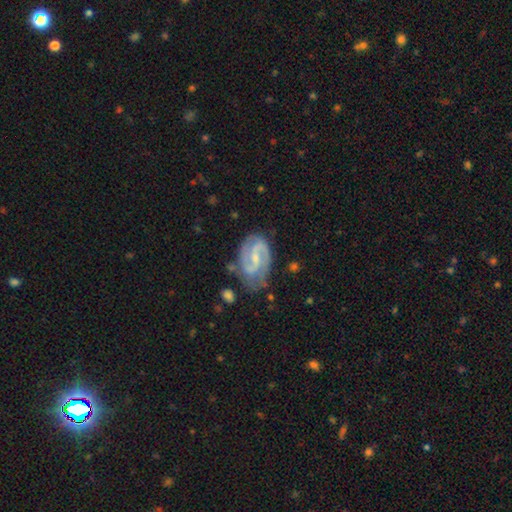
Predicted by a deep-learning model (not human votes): Smooth or featured? featured or disk (88%)
Edge-on disk? no (98%)
Bar? weak (50%)
Spiral arms? yes (97%)
Spiral winding? medium (54%)
Spiral arm count? 2 (90%)
Bulge size? small (64%)
Merging? none (70%)